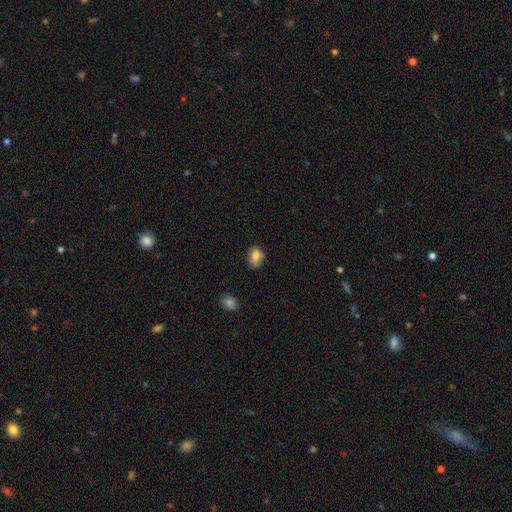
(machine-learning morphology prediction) Smooth or featured: smooth — 79% (featured or disk — 12%)
How rounded: in between — 73% (round — 24%)
Merging: none — 74% (minor disturbance — 19%)